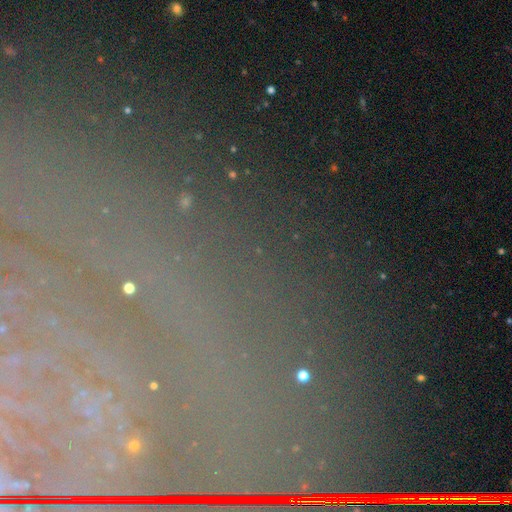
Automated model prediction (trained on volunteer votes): Smooth or featured? star or artifact (67%)